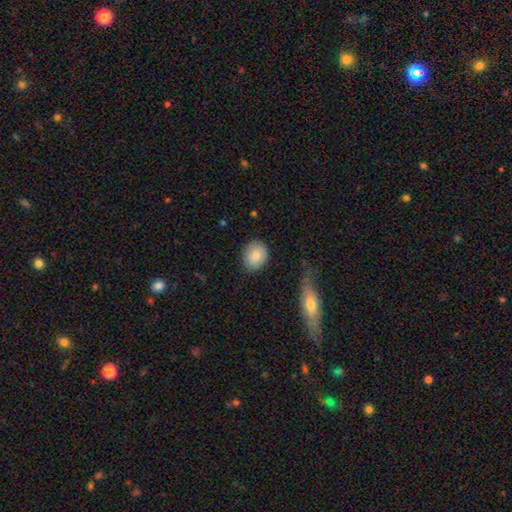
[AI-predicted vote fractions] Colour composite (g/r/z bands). It shows a smooth galaxy with no disk features (86%) that is round (59%). Merging: none (80%).